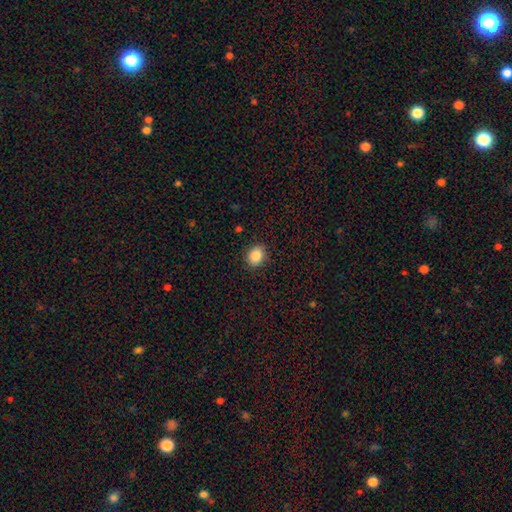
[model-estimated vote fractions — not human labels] Q: Smooth or featured?
A: smooth (86%); runner-up: star or artifact (9%)
Q: How rounded?
A: round (50%); runner-up: in between (49%)
Q: Merging?
A: none (89%); runner-up: minor disturbance (8%)